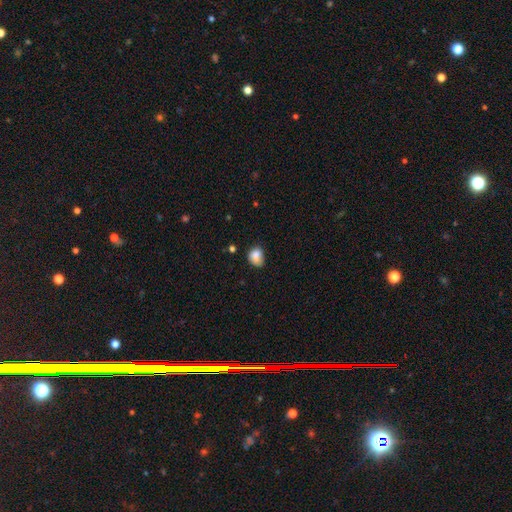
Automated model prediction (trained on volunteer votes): smooth_or_featured: smooth (p=0.82) [alt: star or artifact p=0.09]
how_rounded: in between (p=0.51) [alt: round p=0.48]
merging: none (p=0.48) [alt: minor disturbance p=0.35]